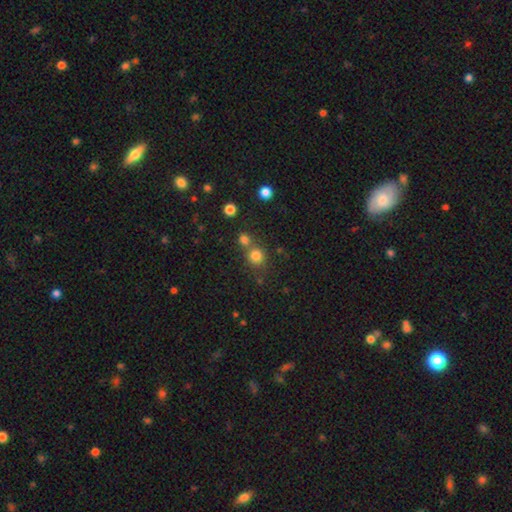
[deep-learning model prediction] Smooth or featured: smooth — 79% (star or artifact — 15%)
How rounded: round — 88% (in between — 11%)
Merging: none — 61% (merger — 28%)